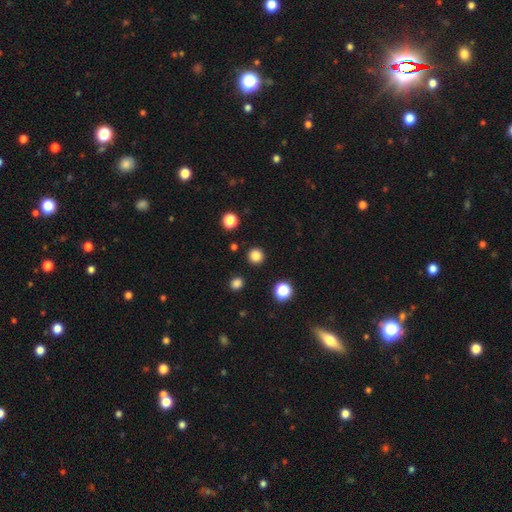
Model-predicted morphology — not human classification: type=smooth (83%); roundness=round (95%); merging=none (91%).